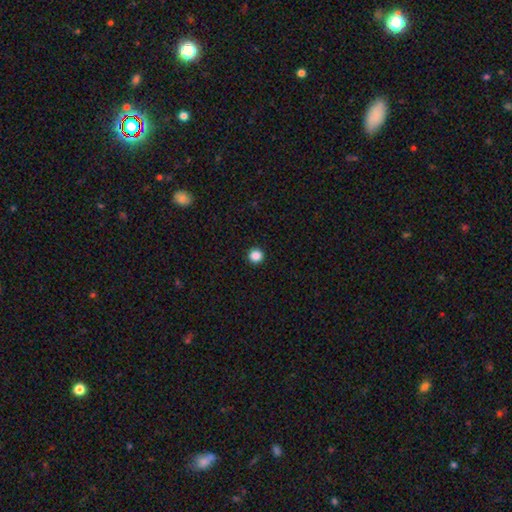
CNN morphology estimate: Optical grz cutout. It shows a smooth galaxy with no disk features (87%) that is round (96%). Merging: none (94%).